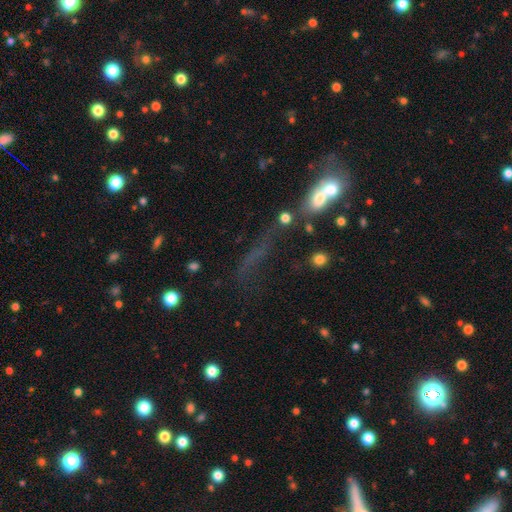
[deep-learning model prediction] Q: Smooth or featured?
A: smooth (38%); runner-up: star or artifact (36%)
Q: Merging?
A: merger (35%); runner-up: none (34%)